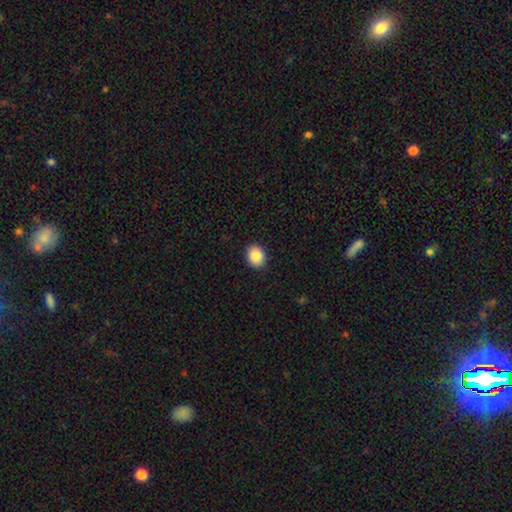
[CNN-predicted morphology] Smooth or featured?
  - smooth: 87% *
  - star or artifact: 8%
  - featured or disk: 5%
How rounded?
  - round: 54% *
  - in between: 45%
  - cigar-shaped: 1%
Merging?
  - none: 91% *
  - minor disturbance: 6%
  - major disturbance: 2%
  - merger: 1%